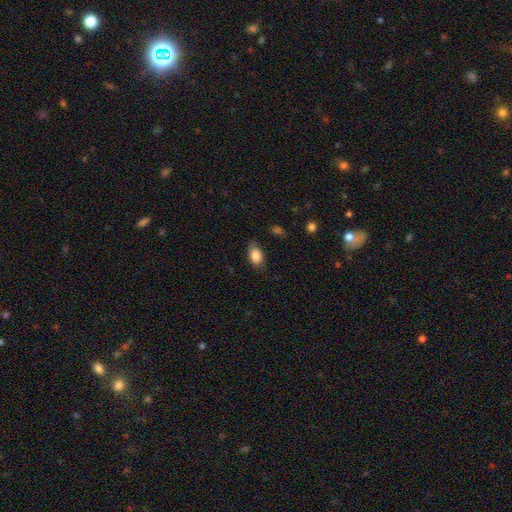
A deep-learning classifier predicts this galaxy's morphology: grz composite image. It shows a smooth galaxy with no disk features (85%) that is in between round and cigar-shaped (89%). Merging: none (74%).